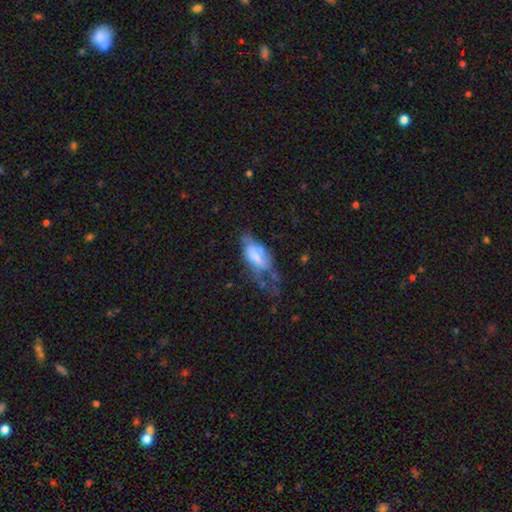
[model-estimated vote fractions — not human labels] A smooth galaxy with no disk features (53%) that is in between round and cigar-shaped (89%). Merging: major disturbance (48%).